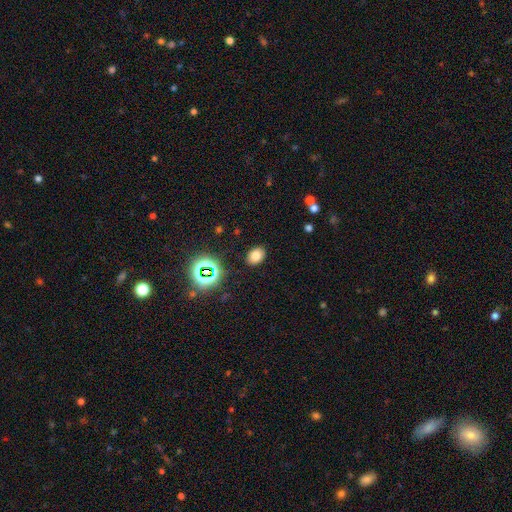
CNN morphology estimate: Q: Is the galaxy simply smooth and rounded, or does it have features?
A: smooth — 74%.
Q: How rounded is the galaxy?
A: in between — 74%.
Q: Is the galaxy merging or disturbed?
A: none — 87%.